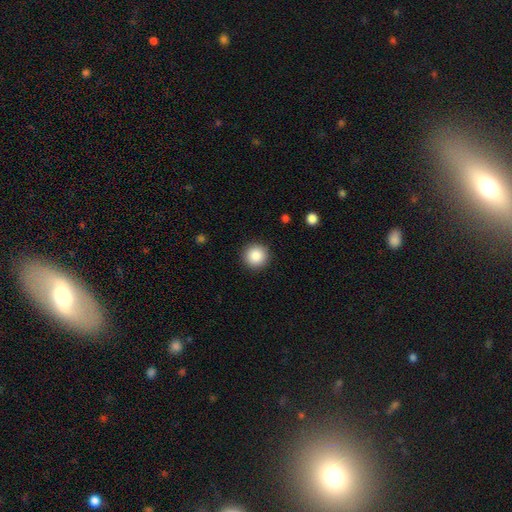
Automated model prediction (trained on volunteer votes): smooth 87%, star or artifact 8%, featured or disk 4%. Down the decision tree: how rounded — round (95%); merging — none (92%).